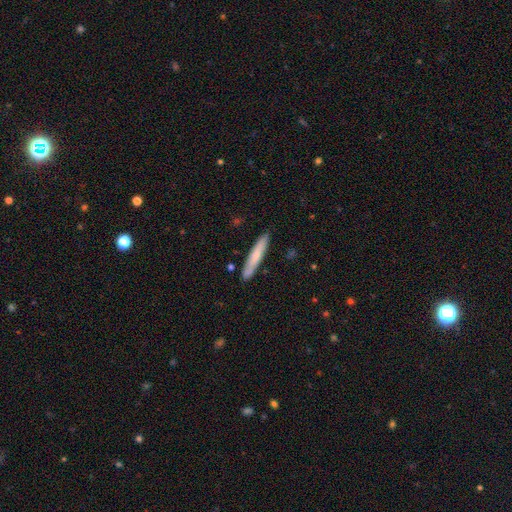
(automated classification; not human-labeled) Overall: smooth (68%). How rounded: cigar-shaped (93%). Merging: none (87%).